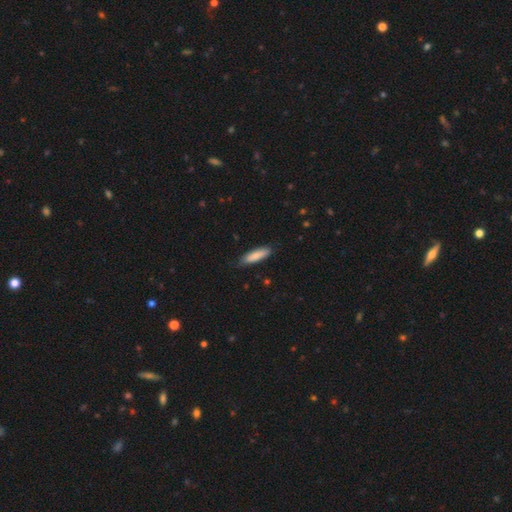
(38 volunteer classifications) Smooth or featured? smooth (89%)
How rounded? in between (50%, tied with cigar-shaped)
Merging? none (89%)